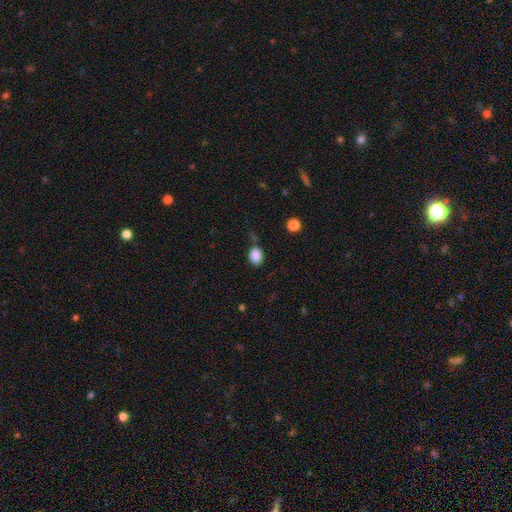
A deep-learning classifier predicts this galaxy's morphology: A smooth galaxy with no disk features (86%) that is in between round and cigar-shaped (59%).

Vote fractions:
- Smooth or featured? smooth: 86% / star or artifact: 9% / featured or disk: 5%
- How rounded? in between: 59% / round: 40% / cigar-shaped: 1%
- Merging? none: 70% / minor disturbance: 19% / merger: 6% / major disturbance: 5%